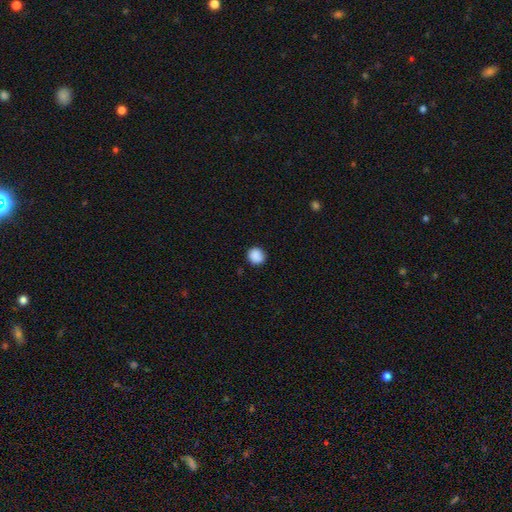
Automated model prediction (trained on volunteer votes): A smooth galaxy with no disk features (88%) that is round (89%).

Vote fractions:
- Smooth or featured? smooth: 88% / star or artifact: 9% / featured or disk: 3%
- How rounded? round: 89% / in between: 10% / cigar-shaped: 1%
- Merging? none: 86% / minor disturbance: 10% / major disturbance: 3% / merger: 1%